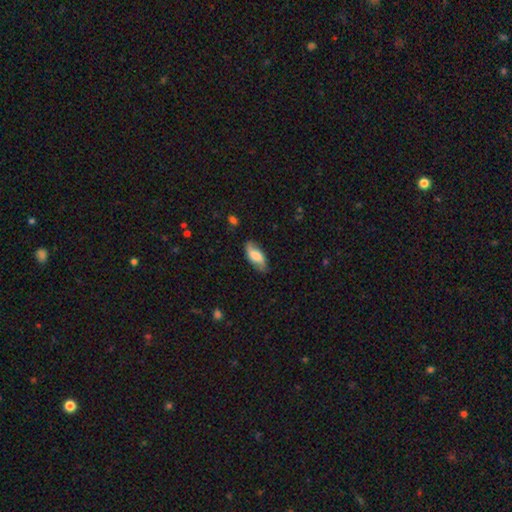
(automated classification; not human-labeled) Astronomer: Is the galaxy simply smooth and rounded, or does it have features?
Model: smooth — 55% (runner-up: featured or disk, 38%).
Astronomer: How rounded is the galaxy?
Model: in between — 84%.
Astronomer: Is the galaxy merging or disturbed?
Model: none — 76%.